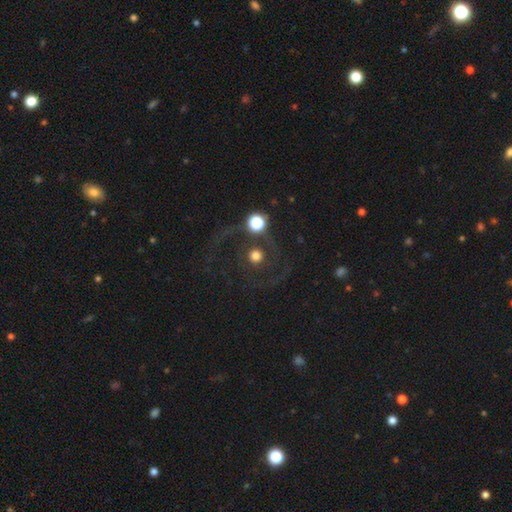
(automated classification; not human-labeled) A featured or disk galaxy (43%). Merging: none (60%).